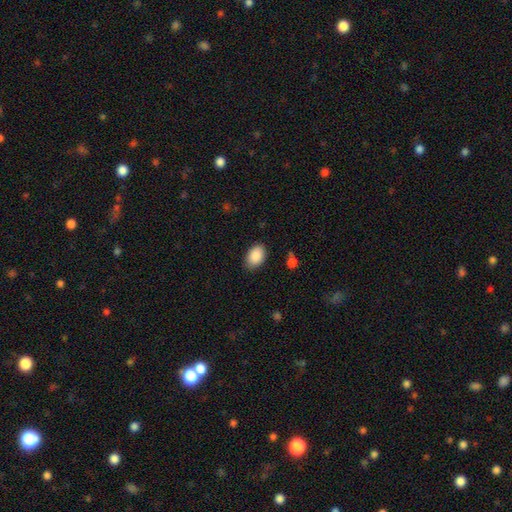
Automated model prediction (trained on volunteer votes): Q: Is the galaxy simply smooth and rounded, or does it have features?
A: smooth — 90%.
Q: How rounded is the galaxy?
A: in between — 89%.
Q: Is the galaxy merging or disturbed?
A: none — 85%.